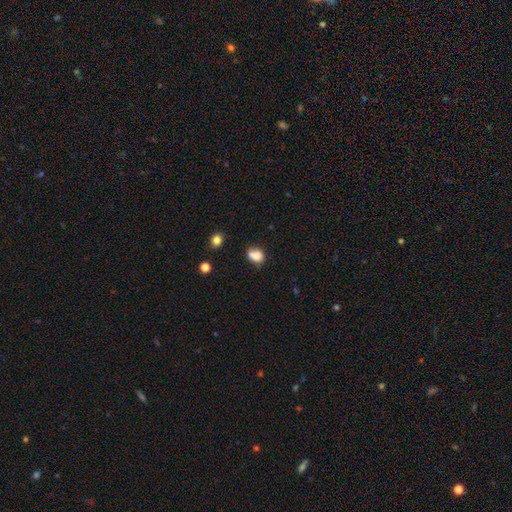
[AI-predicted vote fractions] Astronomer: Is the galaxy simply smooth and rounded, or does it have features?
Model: smooth — 77%.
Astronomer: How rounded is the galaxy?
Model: round — 57% (runner-up: in between, 42%).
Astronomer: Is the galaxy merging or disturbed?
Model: none — 41% (runner-up: merger, 35%).